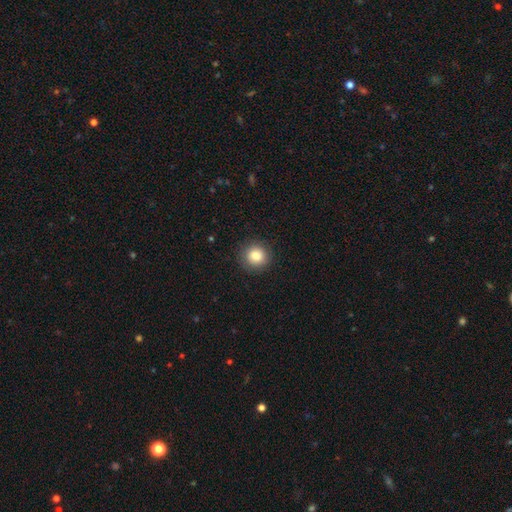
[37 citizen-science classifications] Smooth or featured?
  - smooth: 92% *
  - star or artifact: 5%
  - featured or disk: 3%
How rounded?
  - round: 94% *
  - in between: 6%
  - cigar-shaped: 0%
Merging?
  - none: 91% *
  - minor disturbance: 9%
  - major disturbance: 0%
  - merger: 0%